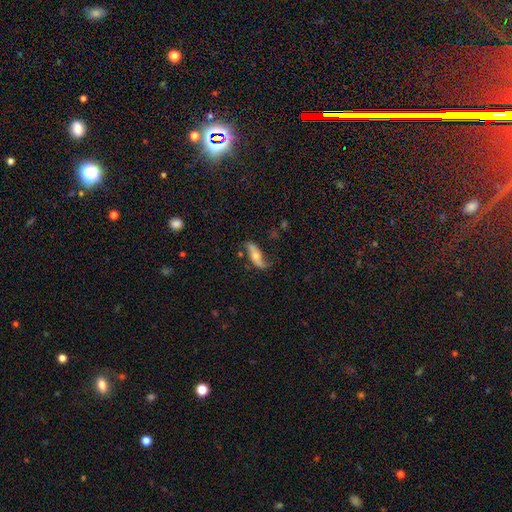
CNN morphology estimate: featured or disk 59%, smooth 35%, star or artifact 7%. Down the decision tree: edge-on disk — no (73%); merging — none (64%).